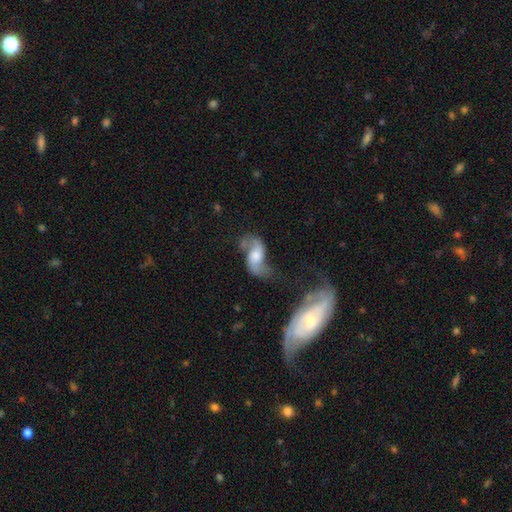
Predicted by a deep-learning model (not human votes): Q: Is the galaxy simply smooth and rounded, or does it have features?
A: featured or disk — 76%.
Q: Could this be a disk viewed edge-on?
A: no — 95%.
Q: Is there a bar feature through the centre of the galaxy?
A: no — 53%.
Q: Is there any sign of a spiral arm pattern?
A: yes — 91%.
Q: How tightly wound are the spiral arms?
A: loose — 77%.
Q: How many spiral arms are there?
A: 2 — 90%.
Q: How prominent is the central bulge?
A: moderate — 43%.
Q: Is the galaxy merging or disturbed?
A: none — 47%.